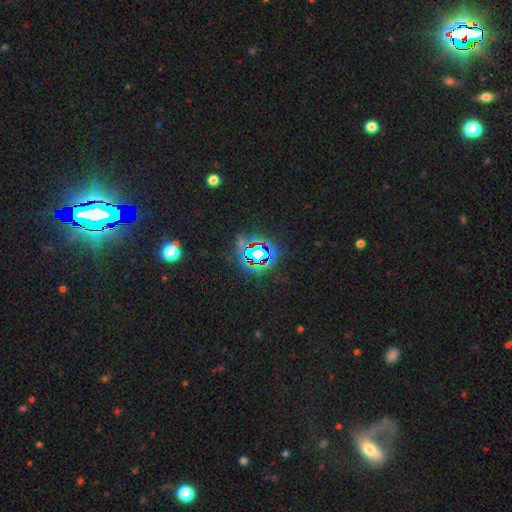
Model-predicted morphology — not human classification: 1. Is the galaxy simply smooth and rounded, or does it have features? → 75% star or artifact, 15% smooth, 9% featured or disk.